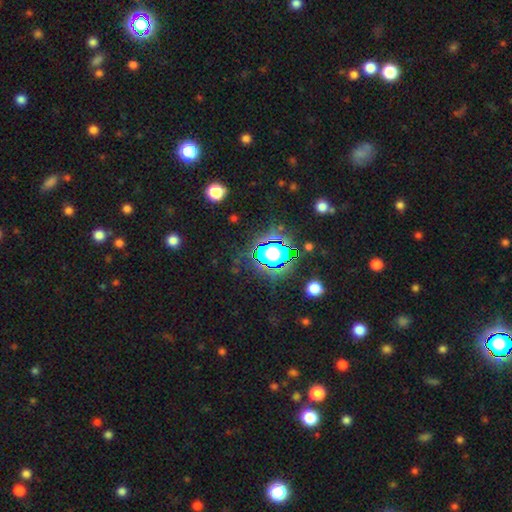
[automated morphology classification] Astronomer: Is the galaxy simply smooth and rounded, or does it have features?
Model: star or artifact — 76%.